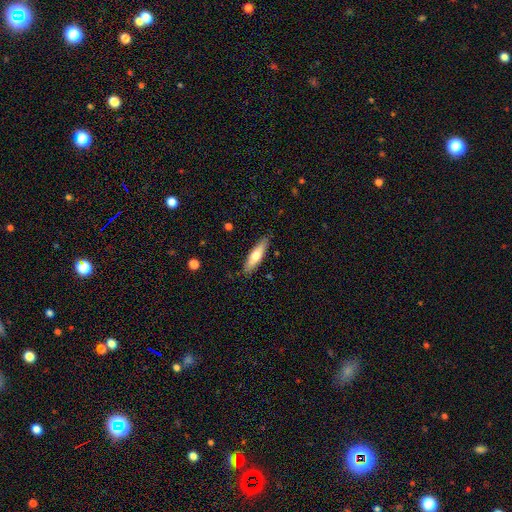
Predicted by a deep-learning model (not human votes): This appears to be a smooth galaxy with no disk features (62%) that is cigar-shaped (58%). Merging: none (86%).